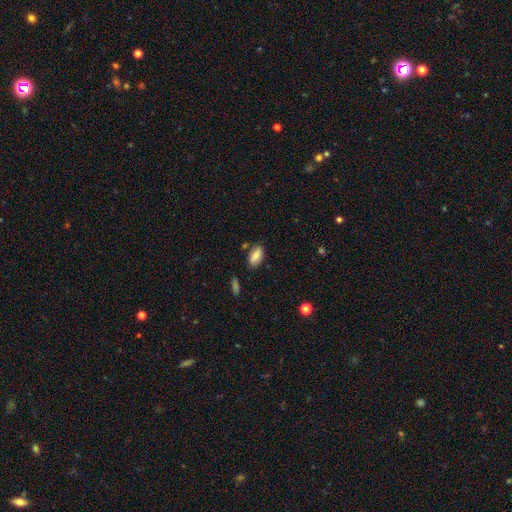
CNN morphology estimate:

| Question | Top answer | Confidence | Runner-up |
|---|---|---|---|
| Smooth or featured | smooth | 83% | featured or disk (9%) |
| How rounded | in between | 90% | cigar-shaped (6%) |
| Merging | none | 73% | minor disturbance (17%) |